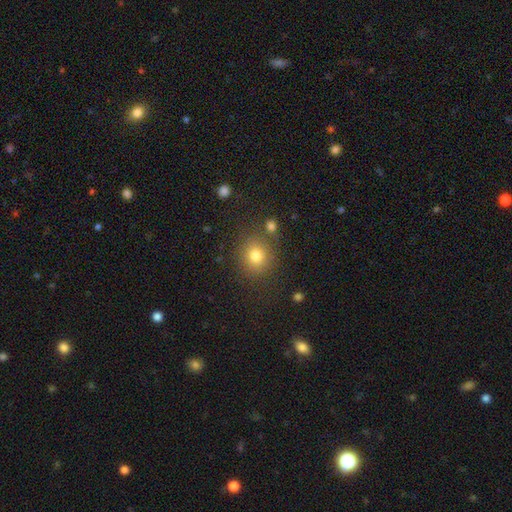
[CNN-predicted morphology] This appears to be a smooth galaxy with no disk features (78%) that is round (83%). Merging: none (81%).